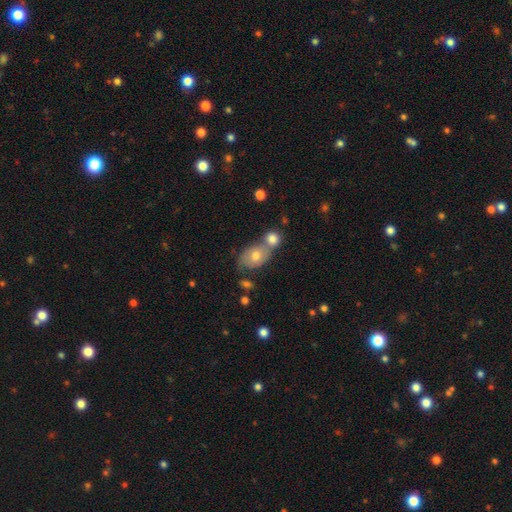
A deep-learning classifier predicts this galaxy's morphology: A smooth galaxy with no disk features (68%) that is in between round and cigar-shaped (78%). Merging: merger (49%).